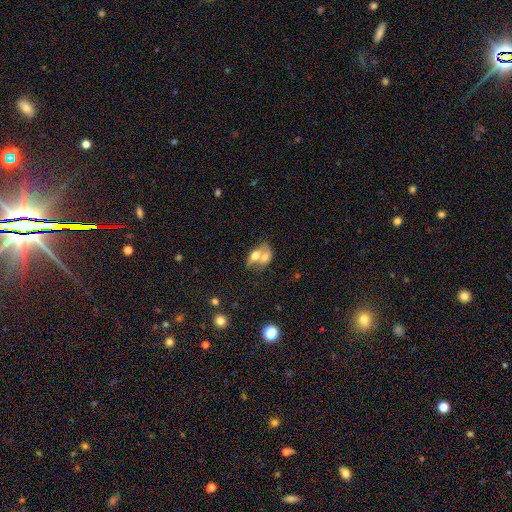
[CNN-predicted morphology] smooth 57%, featured or disk 35%, star or artifact 8%. Down the decision tree: how rounded — in between (74%); merging — merger (72%).